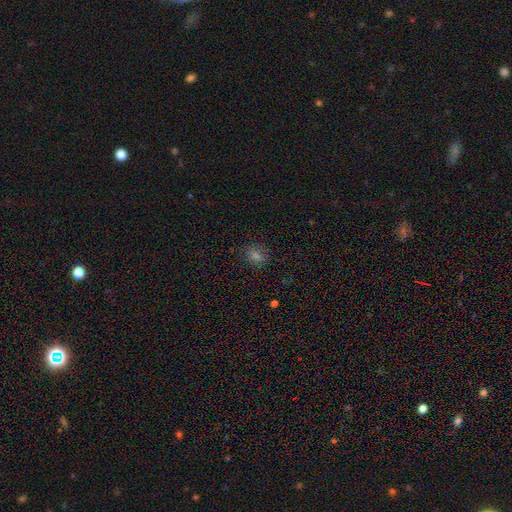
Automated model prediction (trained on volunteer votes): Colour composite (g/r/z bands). It shows a smooth galaxy with no disk features (67%) that is round (55%). Merging: none (83%).